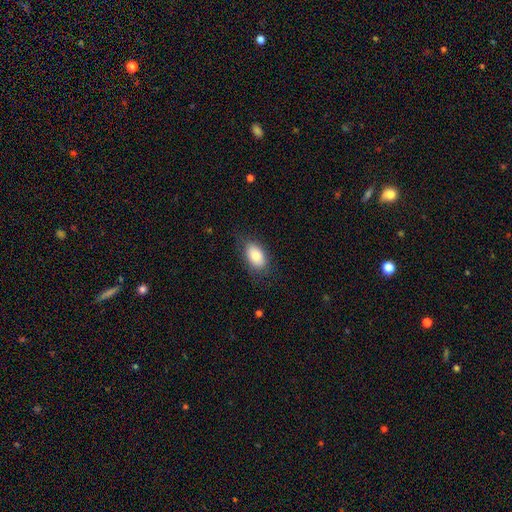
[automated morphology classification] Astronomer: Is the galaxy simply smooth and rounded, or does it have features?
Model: smooth — 84%.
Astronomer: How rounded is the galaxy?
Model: in between — 92%.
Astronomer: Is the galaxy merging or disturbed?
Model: none — 76%.